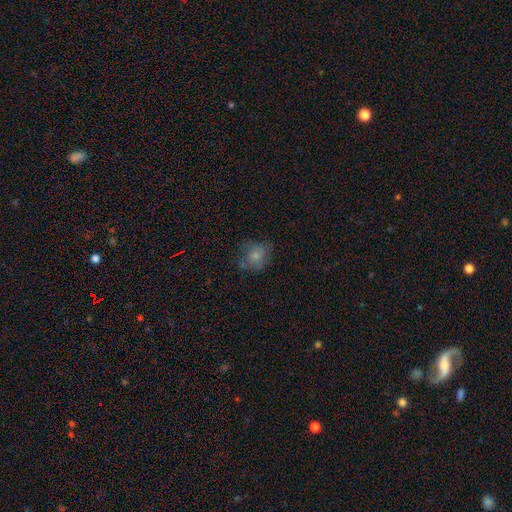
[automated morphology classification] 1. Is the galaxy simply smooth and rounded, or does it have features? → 71% smooth, 18% featured or disk, 11% star or artifact.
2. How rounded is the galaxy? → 65% round, 34% in between, 1% cigar-shaped.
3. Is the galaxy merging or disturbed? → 57% none, 26% minor disturbance, 14% major disturbance, 3% merger.